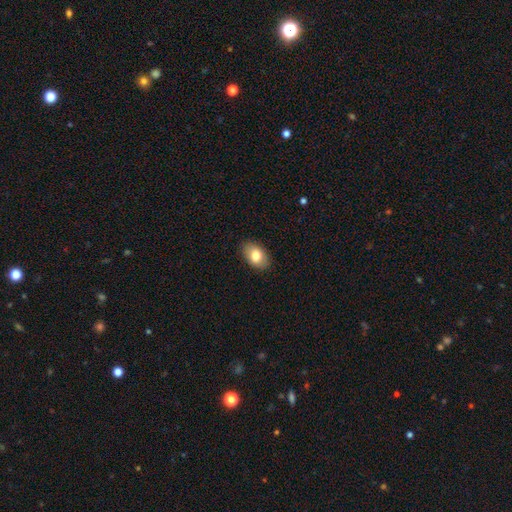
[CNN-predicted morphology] A smooth galaxy with no disk features (80%) that is in between round and cigar-shaped (90%). Merging: none (88%).